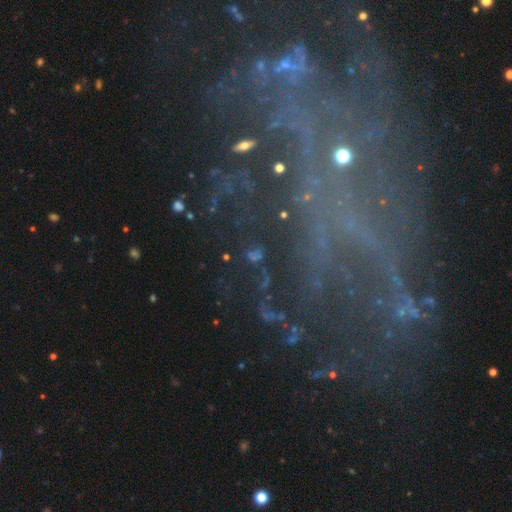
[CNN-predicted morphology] smooth-or-featured: star or artifact: 56% | featured or disk: 27% | smooth: 17%